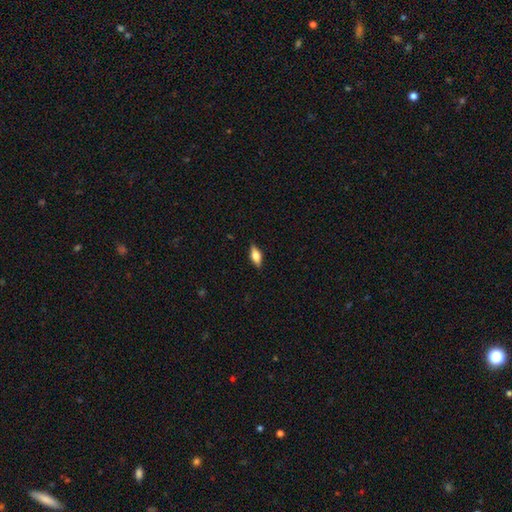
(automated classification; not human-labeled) Smooth or featured?
  - smooth: 65% *
  - featured or disk: 28%
  - star or artifact: 7%
How rounded?
  - in between: 77% *
  - cigar-shaped: 20%
  - round: 4%
Merging?
  - none: 87% *
  - minor disturbance: 10%
  - major disturbance: 2%
  - merger: 1%